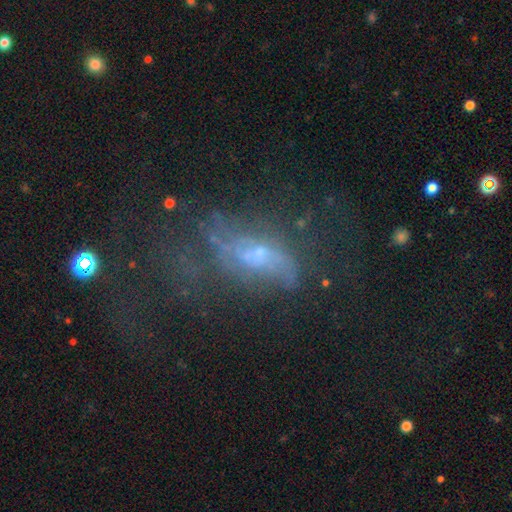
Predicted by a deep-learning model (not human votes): Smooth or featured? featured or disk (54%)
Edge-on disk? no (84%)
Merging? major disturbance (38%)